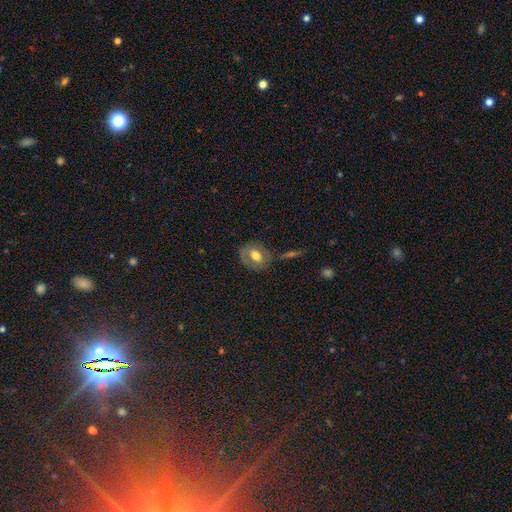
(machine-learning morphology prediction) This appears to be a smooth galaxy with no disk features (55%) that is in between round and cigar-shaped (55%). Merging: none (73%).